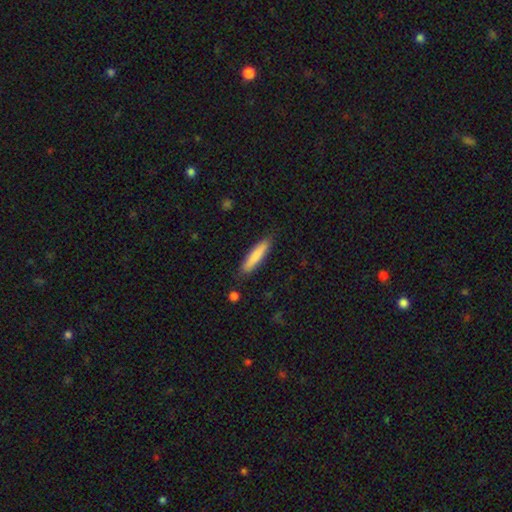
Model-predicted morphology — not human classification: This appears to be a smooth galaxy with no disk features (82%) that is cigar-shaped (85%). Merging: none (87%).